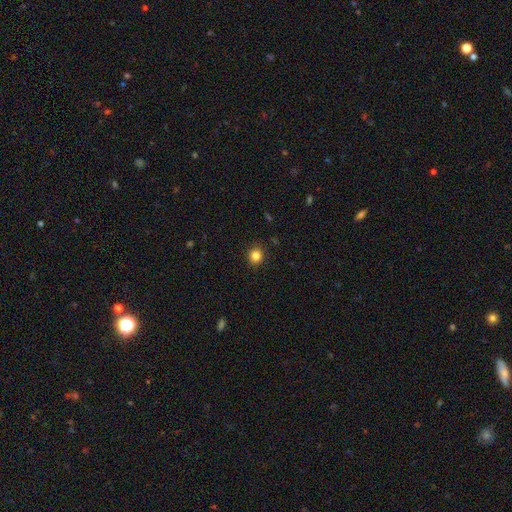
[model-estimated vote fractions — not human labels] A smooth galaxy with no disk features (84%) that is round (87%). Merging: none (91%).